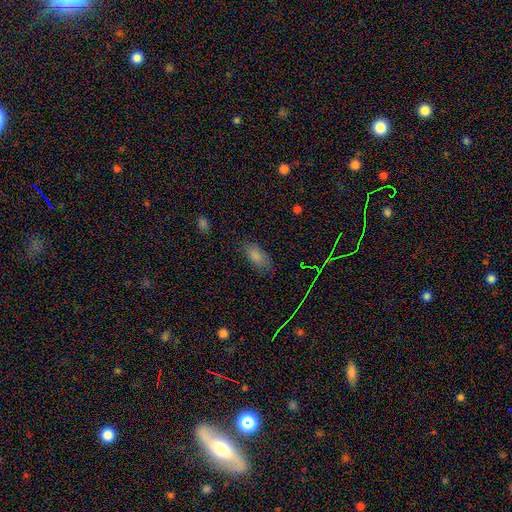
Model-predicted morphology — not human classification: Smooth or featured: smooth — 68% (star or artifact — 22%)
How rounded: in between — 85% (cigar-shaped — 10%)
Merging: none — 79% (minor disturbance — 16%)